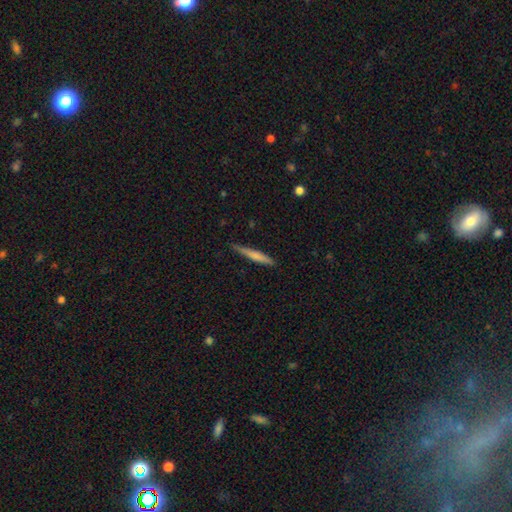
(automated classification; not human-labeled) Smooth or featured: smooth — 62% (featured or disk — 33%)
How rounded: cigar-shaped — 94% (in between — 4%)
Merging: none — 82% (minor disturbance — 15%)